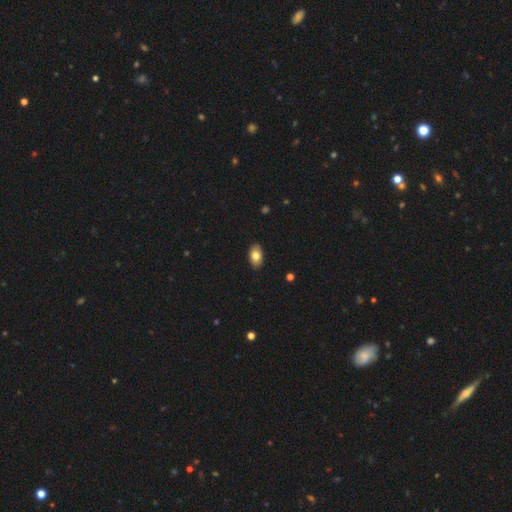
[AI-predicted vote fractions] This appears to be a smooth galaxy with no disk features (80%) that is in between round and cigar-shaped (91%). Merging: none (89%).